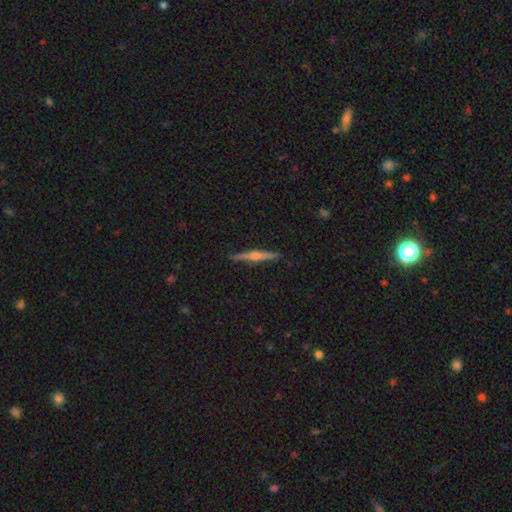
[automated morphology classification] Smooth or featured: featured or disk — 75% (smooth — 19%)
Edge-on disk: yes — 98% (no — 2%)
Edge-on bulge: rounded — 87% (boxy — 8%)
Merging: none — 91% (minor disturbance — 6%)